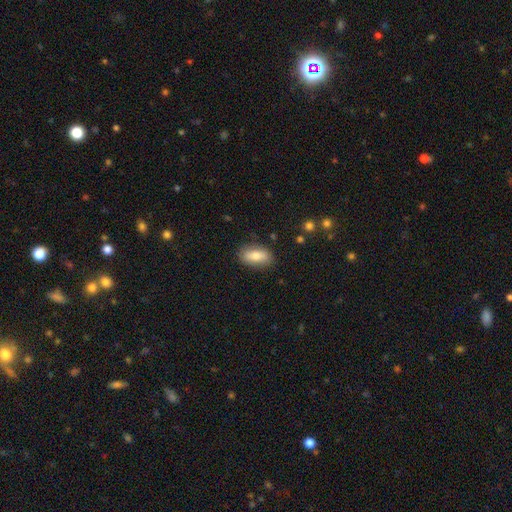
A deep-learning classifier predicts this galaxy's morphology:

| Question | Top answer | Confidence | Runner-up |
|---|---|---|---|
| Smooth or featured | smooth | 76% | featured or disk (17%) |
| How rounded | in between | 87% | cigar-shaped (9%) |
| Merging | none | 83% | minor disturbance (12%) |